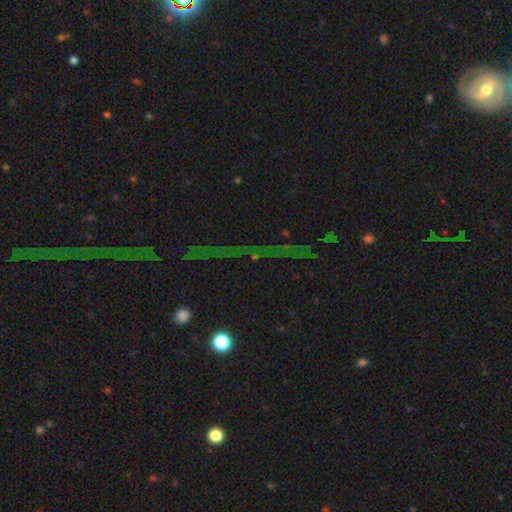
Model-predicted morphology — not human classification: Smooth or featured?
  - star or artifact: 72% *
  - featured or disk: 14%
  - smooth: 13%